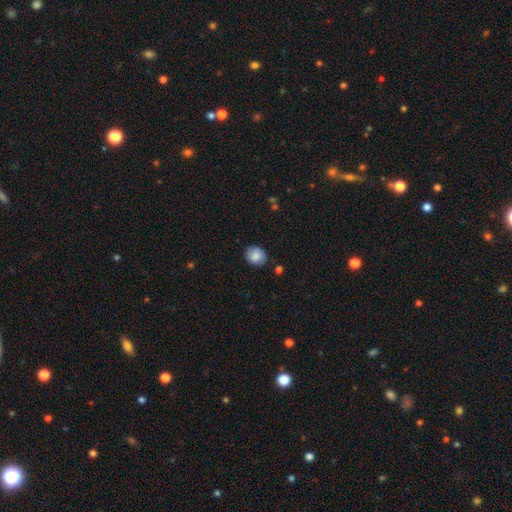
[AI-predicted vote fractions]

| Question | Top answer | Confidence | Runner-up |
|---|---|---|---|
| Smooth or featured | smooth | 86% | star or artifact (8%) |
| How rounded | round | 62% | in between (37%) |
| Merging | none | 81% | minor disturbance (14%) |